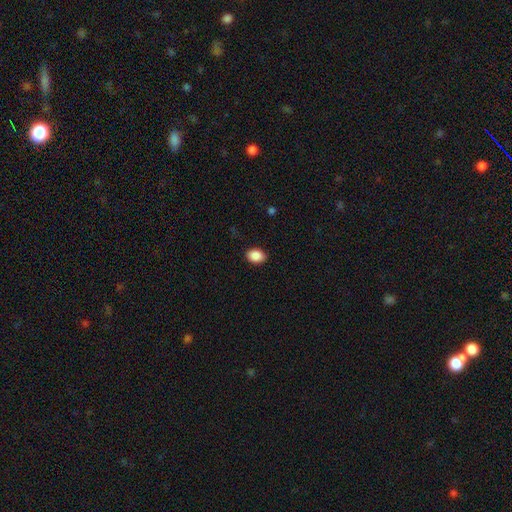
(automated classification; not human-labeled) smooth_or_featured: smooth (p=0.89) [alt: star or artifact p=0.08]
how_rounded: in between (p=0.77) [alt: round p=0.22]
merging: none (p=0.88) [alt: minor disturbance p=0.09]